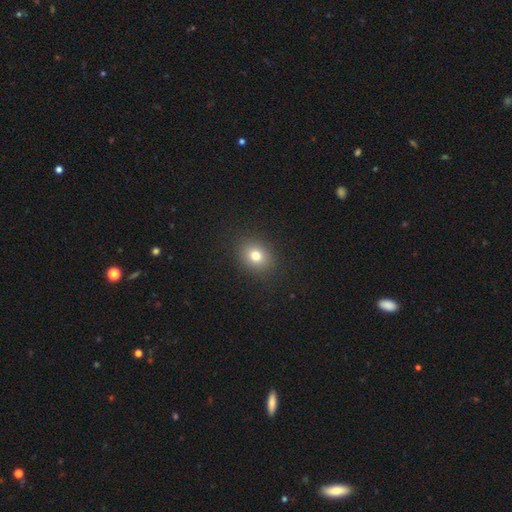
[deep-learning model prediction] Overall: smooth (77%). How rounded: round (56%; in between 43%). Merging: none (89%).